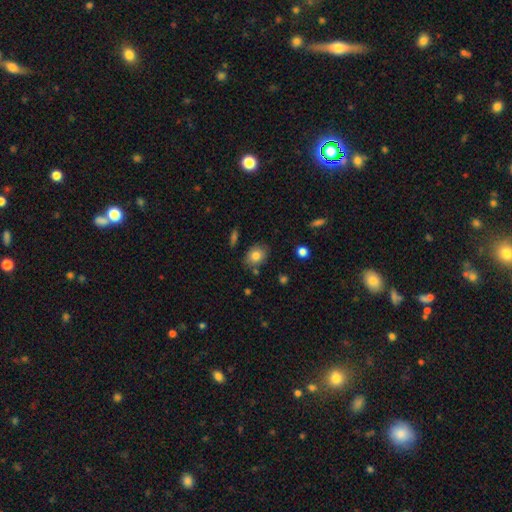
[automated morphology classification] Overall: smooth (81%). How rounded: in between (58%; round 41%). Merging: none (78%).